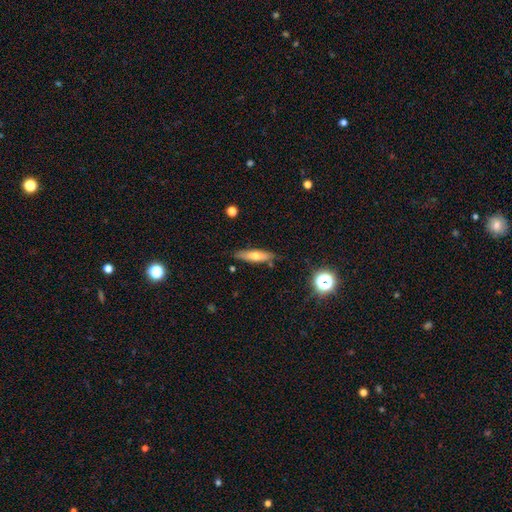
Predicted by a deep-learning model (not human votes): A smooth galaxy with no disk features (61%) that is cigar-shaped (66%). Merging: none (83%).